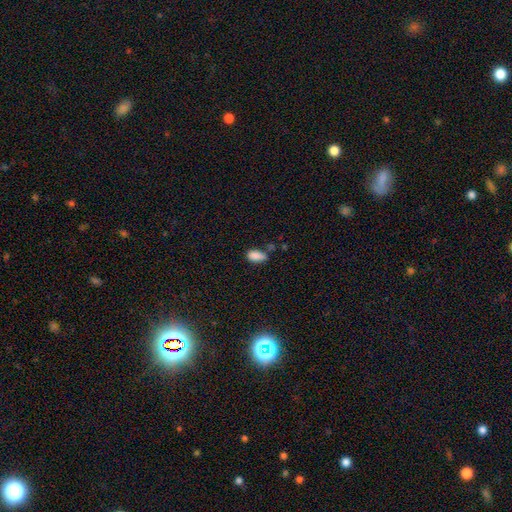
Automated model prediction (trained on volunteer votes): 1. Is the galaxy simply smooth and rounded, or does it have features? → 86% smooth, 9% star or artifact, 5% featured or disk.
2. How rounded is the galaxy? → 90% in between, 5% cigar-shaped, 5% round.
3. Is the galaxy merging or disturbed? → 50% none, 31% minor disturbance, 11% merger, 9% major disturbance.